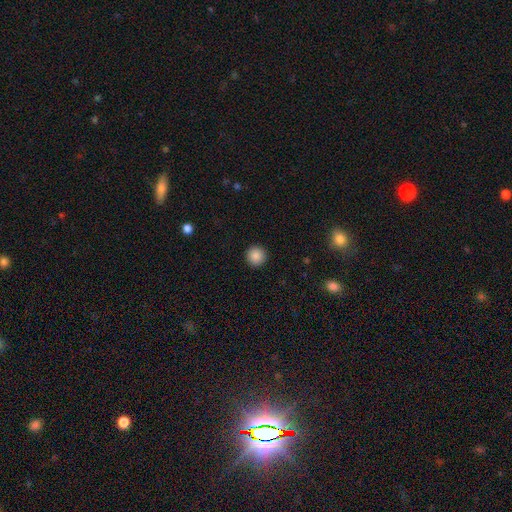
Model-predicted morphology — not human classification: Q: Smooth or featured?
A: smooth (88%); runner-up: star or artifact (10%)
Q: How rounded?
A: round (96%); runner-up: in between (3%)
Q: Merging?
A: none (93%); runner-up: minor disturbance (4%)